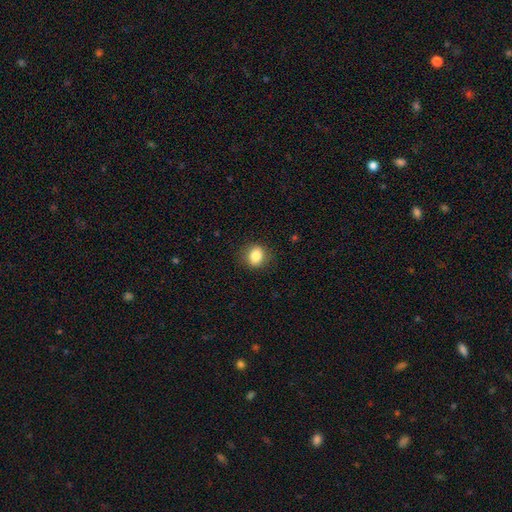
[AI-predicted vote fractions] Smooth or featured?
  - smooth: 83% *
  - star or artifact: 9%
  - featured or disk: 8%
How rounded?
  - round: 70% *
  - in between: 29%
  - cigar-shaped: 1%
Merging?
  - none: 87% *
  - minor disturbance: 10%
  - major disturbance: 3%
  - merger: 1%